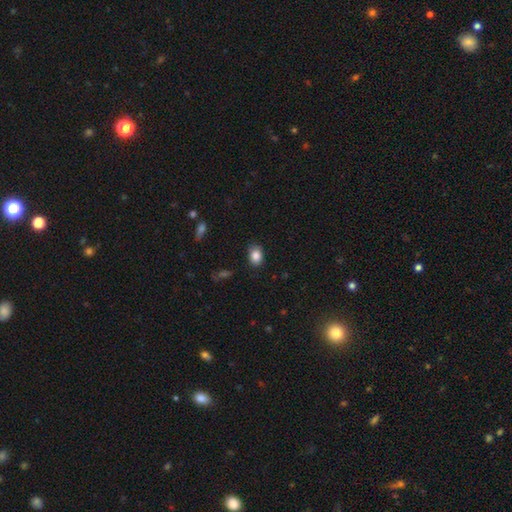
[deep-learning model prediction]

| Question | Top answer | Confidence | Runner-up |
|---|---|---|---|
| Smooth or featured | smooth | 86% | star or artifact (9%) |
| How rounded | in between | 72% | round (27%) |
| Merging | none | 79% | minor disturbance (17%) |